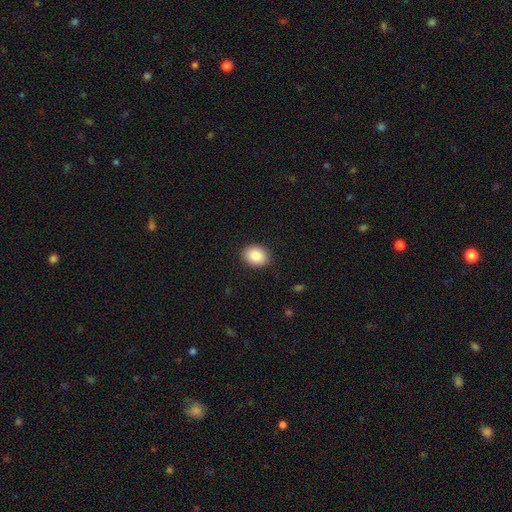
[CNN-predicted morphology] Smooth or featured: smooth — 87% (star or artifact — 7%)
How rounded: in between — 58% (round — 42%)
Merging: none — 89% (minor disturbance — 8%)